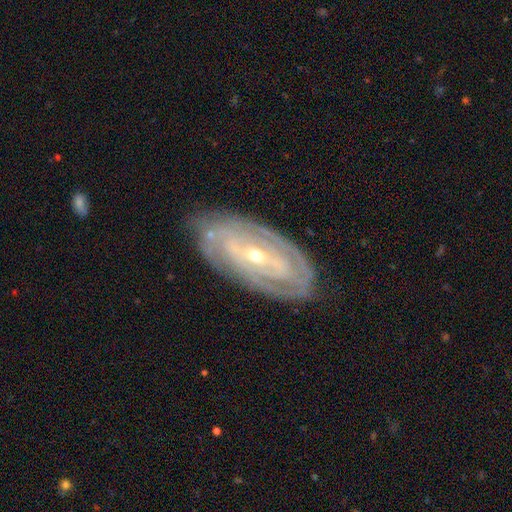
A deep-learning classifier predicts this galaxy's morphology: featured or disk 84%, smooth 10%, star or artifact 6%. Down the decision tree: edge-on disk — no (92%); bar — no (40%); spiral arms — yes (89%); spiral arm count — can't tell (37%); spiral winding — tight (75%); bulge size — small (56%); merging — none (76%).